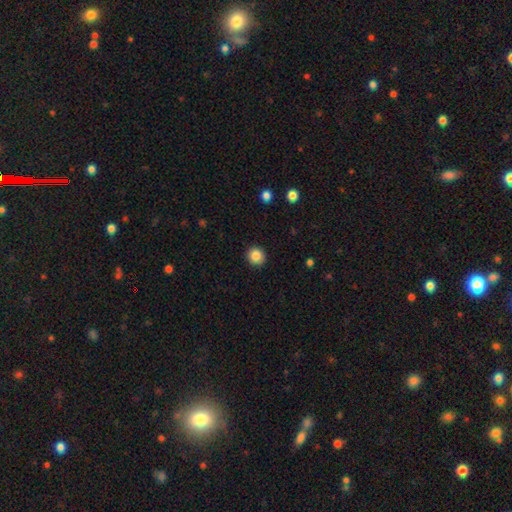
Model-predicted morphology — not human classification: smooth-or-featured: smooth: 86% | star or artifact: 9% | featured or disk: 4%
  how-rounded: round: 91% | in between: 8% | cigar-shaped: 1%
  merging: none: 92% | minor disturbance: 5% | major disturbance: 2% | merger: 1%